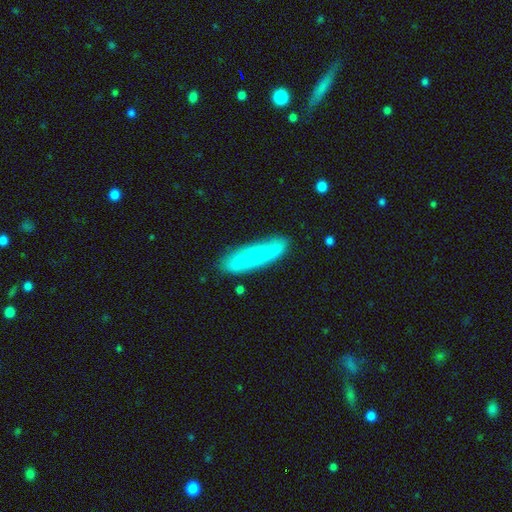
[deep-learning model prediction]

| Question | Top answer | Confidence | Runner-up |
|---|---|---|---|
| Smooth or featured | smooth | 51% | featured or disk (41%) |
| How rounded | cigar-shaped | 69% | in between (29%) |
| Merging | none | 79% | minor disturbance (15%) |